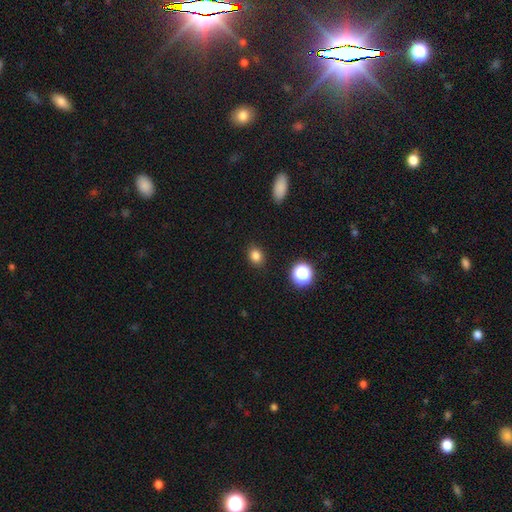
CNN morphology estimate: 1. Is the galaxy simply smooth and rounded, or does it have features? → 82% smooth, 13% star or artifact, 4% featured or disk.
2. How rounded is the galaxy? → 51% round, 48% in between, 1% cigar-shaped.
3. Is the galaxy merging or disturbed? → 89% none, 8% minor disturbance, 2% major disturbance, 1% merger.